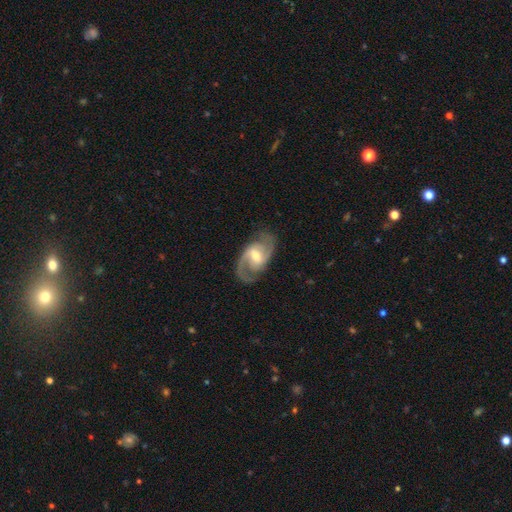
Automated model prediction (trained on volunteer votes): featured or disk 88%, smooth 8%, star or artifact 4%. Down the decision tree: edge-on disk — no (97%); bar — weak (56%); spiral arms — yes (97%); spiral arm count — 2 (91%); spiral winding — medium (58%); bulge size — moderate (58%); merging — none (80%).